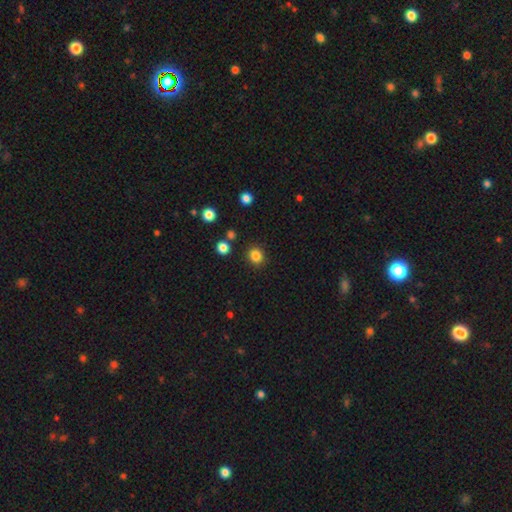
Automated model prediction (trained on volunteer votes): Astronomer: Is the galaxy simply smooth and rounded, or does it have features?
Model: smooth — 84%.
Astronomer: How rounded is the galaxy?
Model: round — 88%.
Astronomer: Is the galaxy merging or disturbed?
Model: none — 90%.